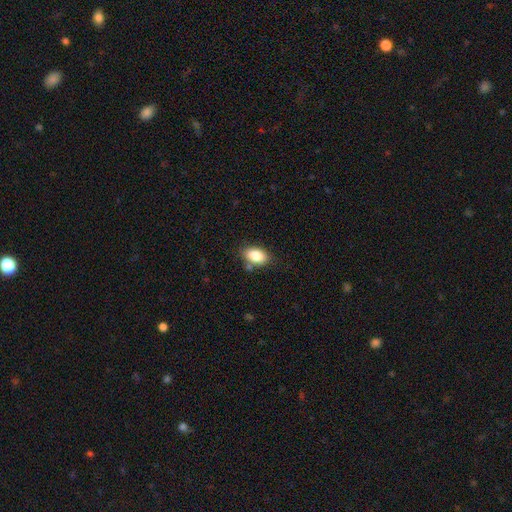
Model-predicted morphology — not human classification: Smooth or featured? smooth (84%)
How rounded? in between (89%)
Merging? none (76%)